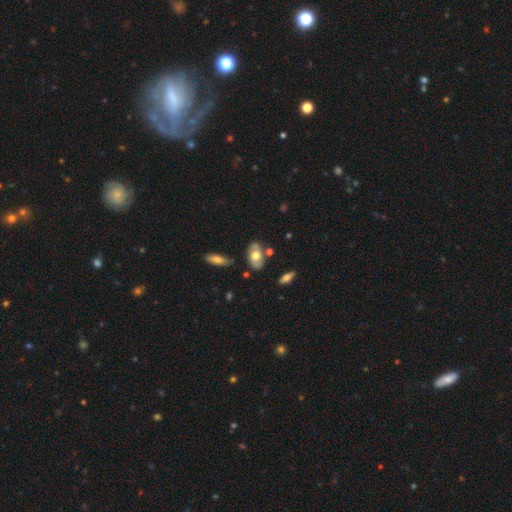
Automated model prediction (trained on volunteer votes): Smooth or featured? smooth (48%)
Merging? none (73%)